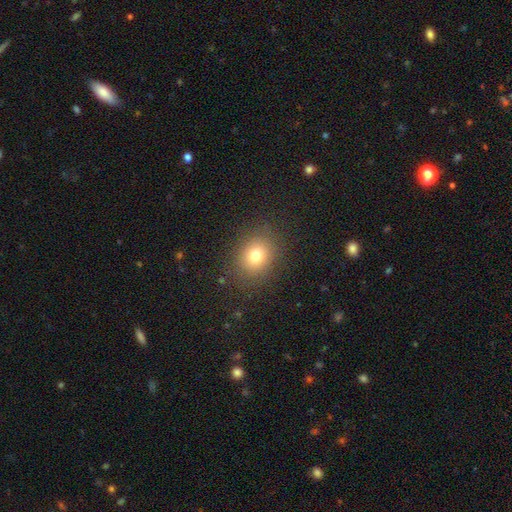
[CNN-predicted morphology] Smooth or featured?
  - smooth: 77% *
  - star or artifact: 14%
  - featured or disk: 9%
How rounded?
  - round: 59% *
  - in between: 40%
  - cigar-shaped: 1%
Merging?
  - none: 86% *
  - minor disturbance: 9%
  - major disturbance: 4%
  - merger: 1%